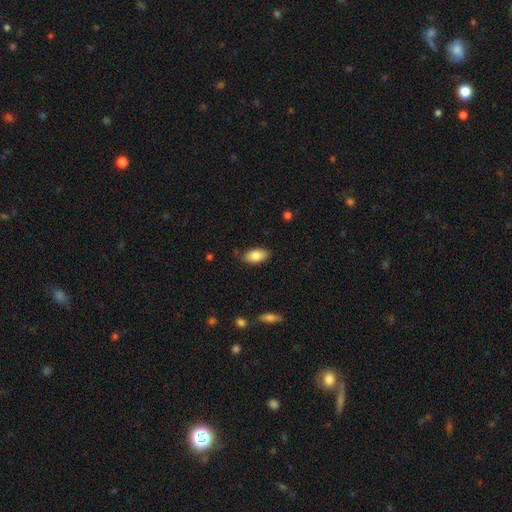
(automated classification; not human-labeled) smooth_or_featured: smooth (p=0.83) [alt: featured or disk p=0.10]
how_rounded: in between (p=0.93) [alt: cigar-shaped p=0.05]
merging: none (p=0.82) [alt: minor disturbance p=0.14]